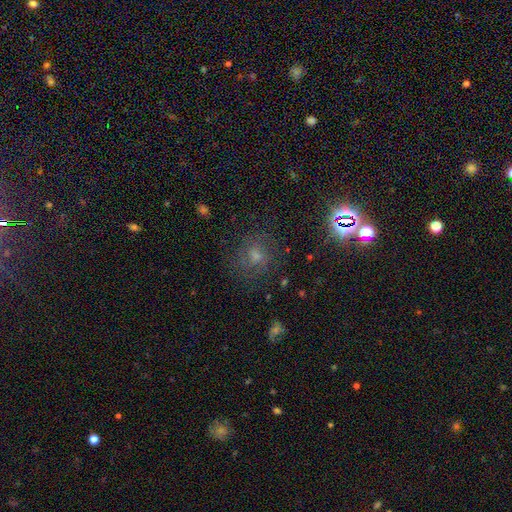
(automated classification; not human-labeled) Morphology: type=smooth (39%); merging=none (73%).